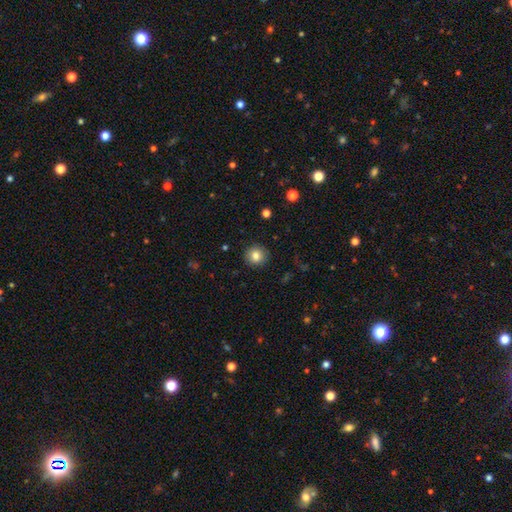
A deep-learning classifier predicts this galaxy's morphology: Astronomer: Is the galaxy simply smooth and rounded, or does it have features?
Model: smooth — 83%.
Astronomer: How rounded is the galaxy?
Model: round — 93%.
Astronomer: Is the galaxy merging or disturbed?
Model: none — 91%.